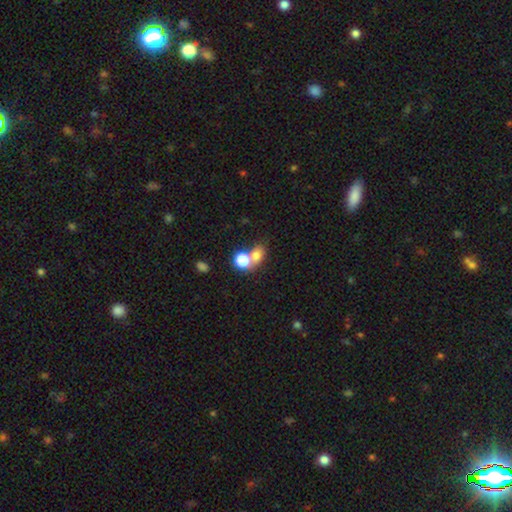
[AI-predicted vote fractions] Smooth or featured: smooth — 74% (star or artifact — 14%)
How rounded: round — 55% (in between — 44%)
Merging: merger — 52% (none — 36%)